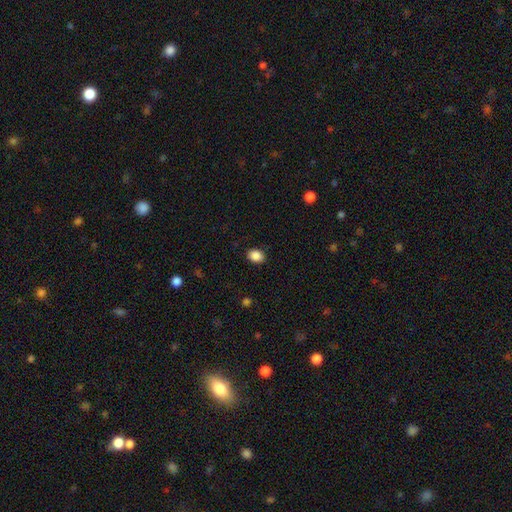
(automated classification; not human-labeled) Morphology: type=smooth (88%); roundness=in between (65%); merging=none (88%).